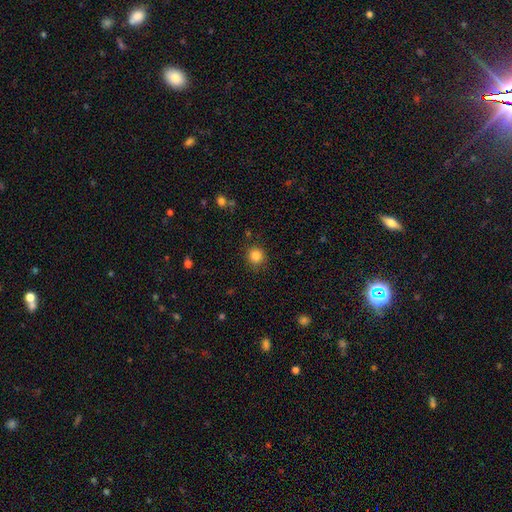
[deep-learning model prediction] This appears to be a smooth galaxy with no disk features (84%) that is round (92%). Merging: none (88%).